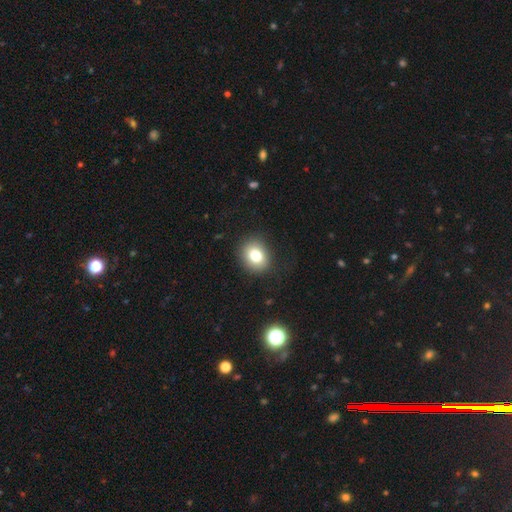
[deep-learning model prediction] A smooth galaxy with no disk features (79%) that is round (62%). Merging: none (87%).